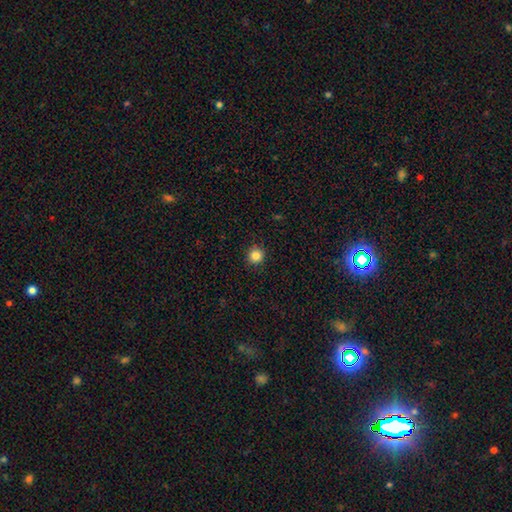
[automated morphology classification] The model was most divided on "smooth or featured": smooth: 84%, star or artifact: 11%, featured or disk: 5%. More confident: how rounded — round (94%); merging — none (91%).